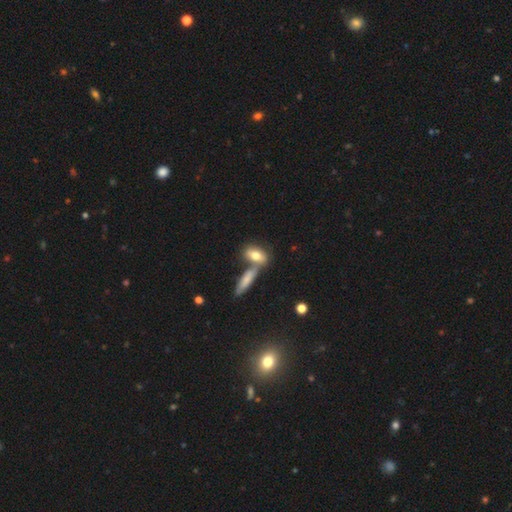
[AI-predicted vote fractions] smooth_or_featured: smooth (p=0.73) [alt: featured or disk p=0.19]
how_rounded: in between (p=0.74) [alt: cigar-shaped p=0.19]
merging: none (p=0.48) [alt: merger p=0.38]